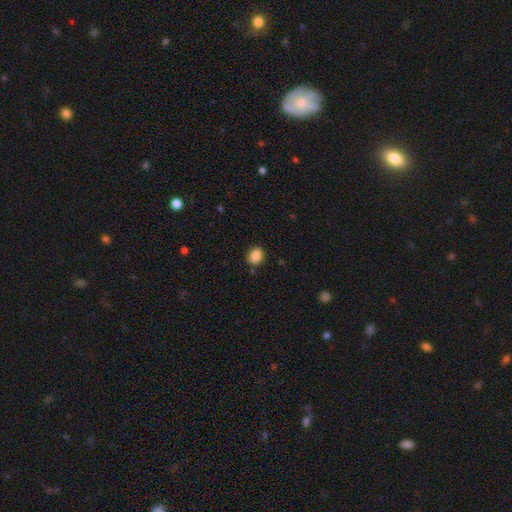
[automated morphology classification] This appears to be a smooth galaxy with no disk features (87%) that is in between round and cigar-shaped (50%). Merging: none (85%).